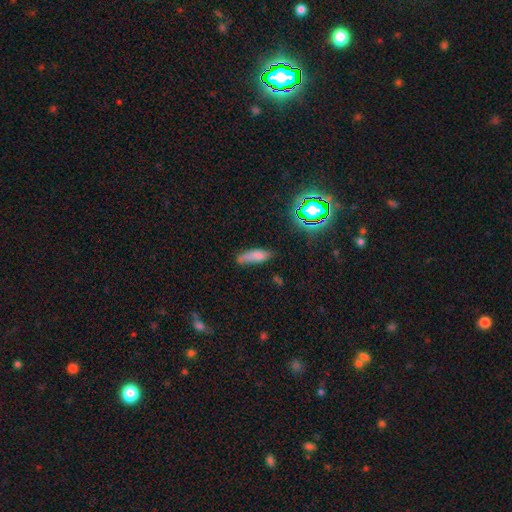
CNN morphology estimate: Q: Smooth or featured?
A: smooth (73%); runner-up: featured or disk (14%)
Q: How rounded?
A: in between (51%); runner-up: cigar-shaped (46%)
Q: Merging?
A: none (57%); runner-up: minor disturbance (28%)